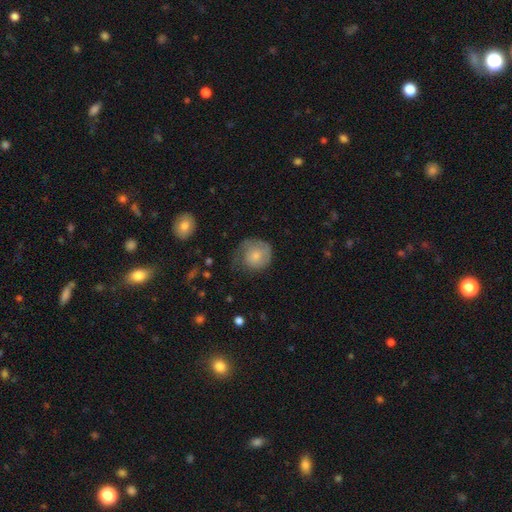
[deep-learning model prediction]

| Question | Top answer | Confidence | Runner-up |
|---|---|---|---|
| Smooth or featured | smooth | 62% | featured or disk (31%) |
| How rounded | round | 84% | in between (15%) |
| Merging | none | 43% | minor disturbance (30%) |